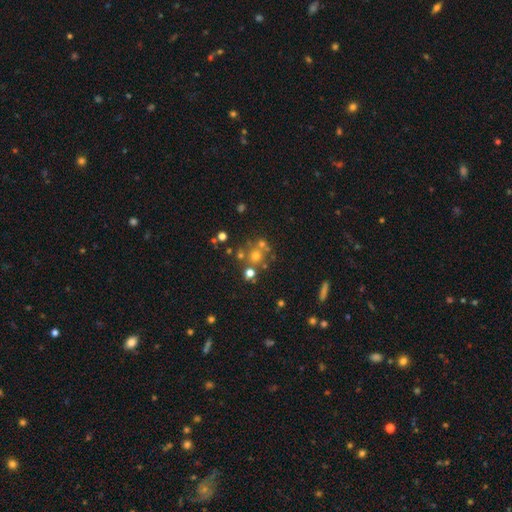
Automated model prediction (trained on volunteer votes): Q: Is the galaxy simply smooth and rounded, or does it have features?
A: smooth — 48%.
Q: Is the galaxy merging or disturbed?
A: none — 58%.